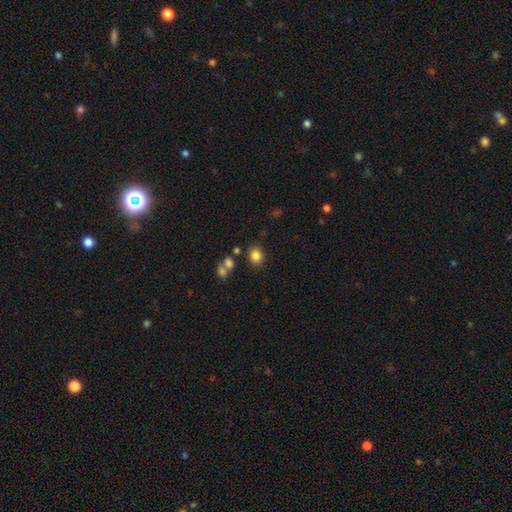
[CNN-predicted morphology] Overall: smooth (83%). How rounded: round (54%; in between 45%). Merging: none (79%).